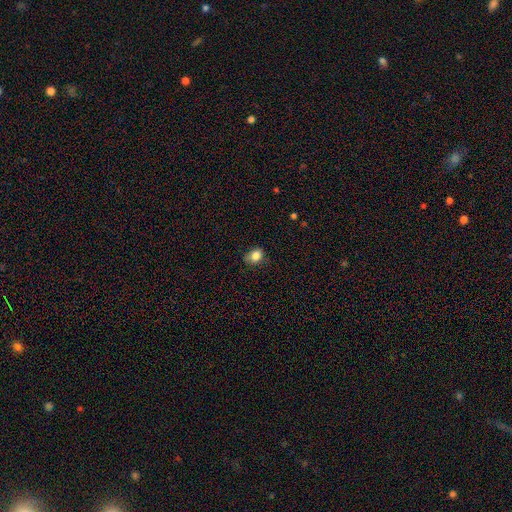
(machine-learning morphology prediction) A smooth galaxy with no disk features (84%) that is in between round and cigar-shaped (57%). Merging: none (72%).